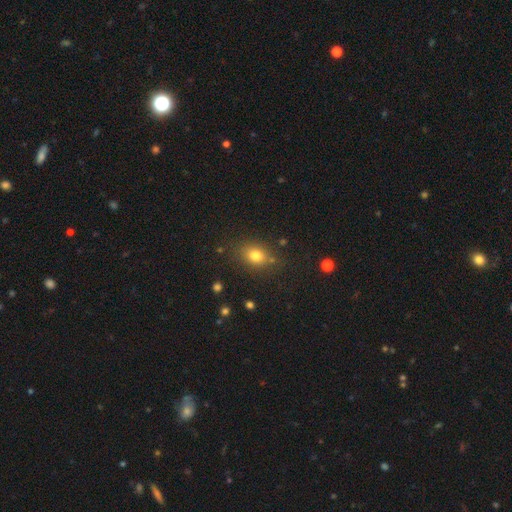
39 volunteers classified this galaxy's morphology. Smooth or featured?
  - smooth: 85% *
  - star or artifact: 10%
  - featured or disk: 5%
How rounded?
  - round: 52% *
  - in between: 48%
  - cigar-shaped: 0%
Merging?
  - none: 83% *
  - minor disturbance: 14%
  - merger: 3%
  - major disturbance: 0%